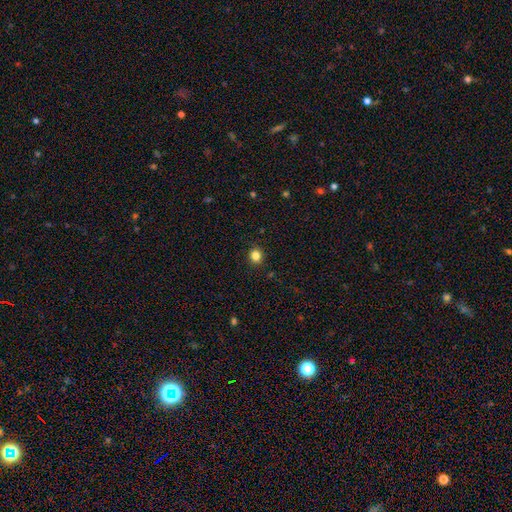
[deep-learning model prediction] A smooth galaxy with no disk features (83%) that is round (84%).

Vote fractions:
- Smooth or featured? smooth: 83% / star or artifact: 13% / featured or disk: 4%
- How rounded? round: 84% / in between: 15% / cigar-shaped: 1%
- Merging? none: 91% / minor disturbance: 6% / major disturbance: 2% / merger: 1%